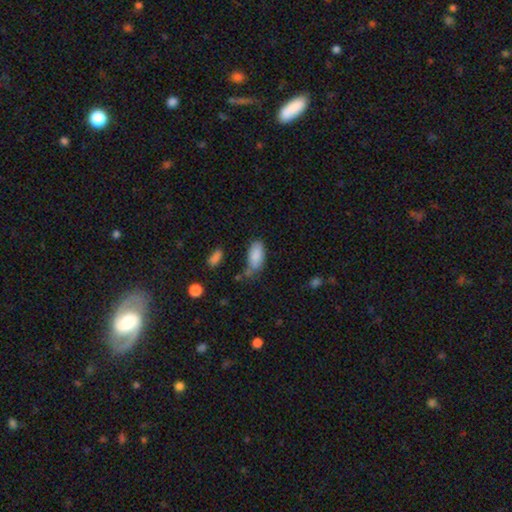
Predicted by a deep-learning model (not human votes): A smooth galaxy with no disk features (86%) that is in between round and cigar-shaped (90%).

Vote fractions:
- Smooth or featured? smooth: 86% / star or artifact: 7% / featured or disk: 7%
- How rounded? in between: 90% / cigar-shaped: 8% / round: 2%
- Merging? none: 48% / minor disturbance: 34% / major disturbance: 11% / merger: 8%